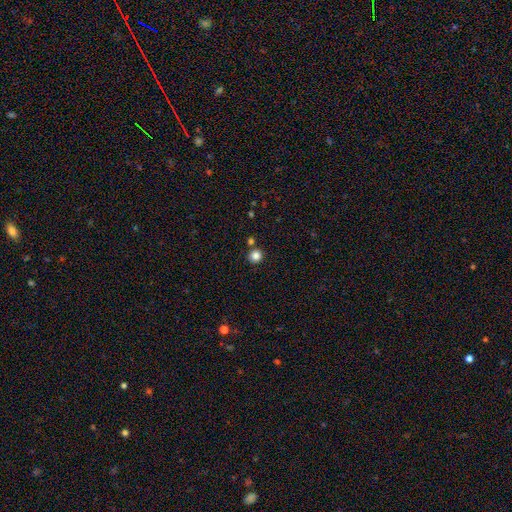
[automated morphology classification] A smooth galaxy with no disk features (84%) that is round (93%).

Vote fractions:
- Smooth or featured? smooth: 84% / star or artifact: 12% / featured or disk: 4%
- How rounded? round: 93% / in between: 6% / cigar-shaped: 1%
- Merging? none: 82% / merger: 9% / minor disturbance: 7% / major disturbance: 2%